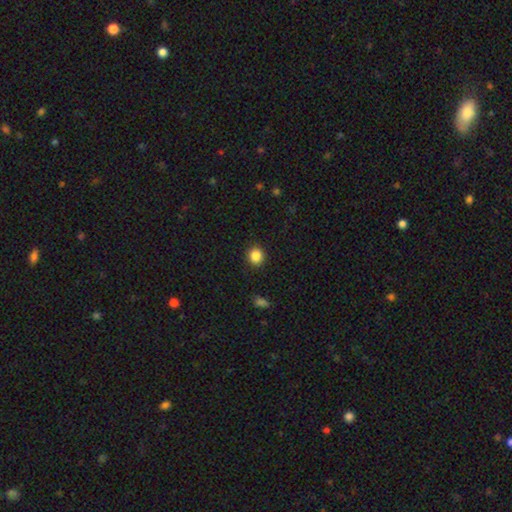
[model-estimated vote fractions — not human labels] This is clearly a smooth galaxy (86%). How rounded: clearly round (88%). Merging: clearly none (91%).